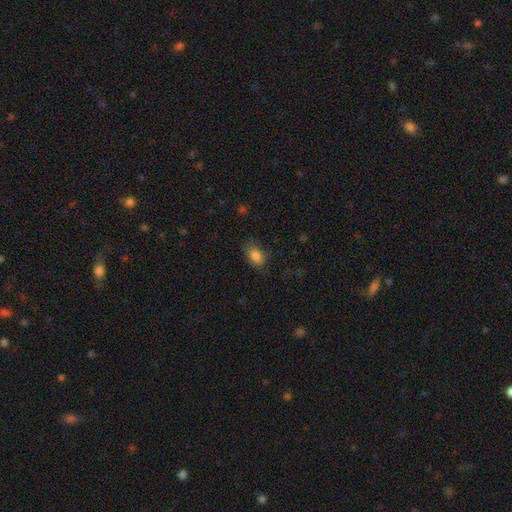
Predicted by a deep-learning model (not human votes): Smooth or featured? smooth (85%)
How rounded? in between (84%)
Merging? none (72%)